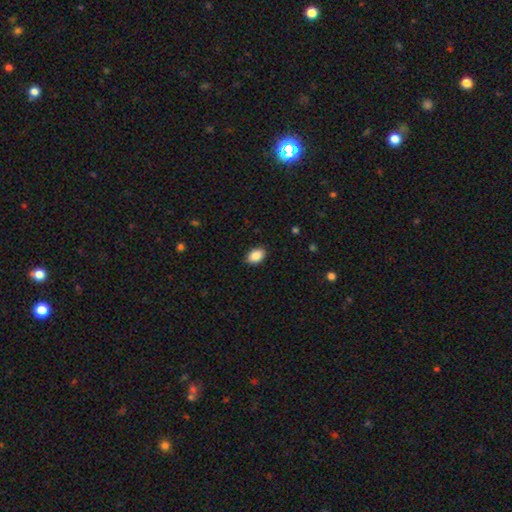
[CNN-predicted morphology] This appears to be a smooth galaxy with no disk features (88%) that is in between round and cigar-shaped (88%). Merging: none (88%).